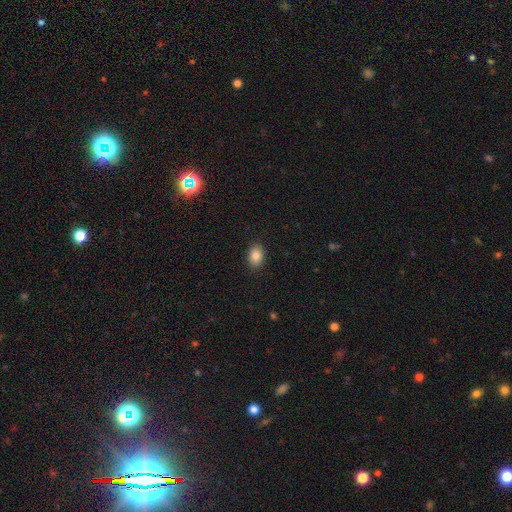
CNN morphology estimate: Overall: smooth (86%). How rounded: in between (83%). Merging: none (89%).